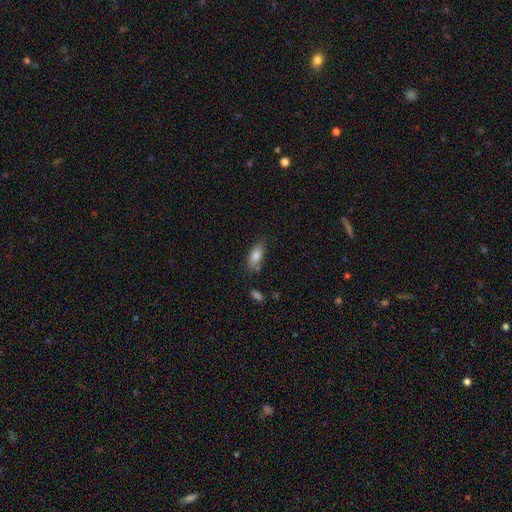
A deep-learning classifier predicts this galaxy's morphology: type=smooth (81%); roundness=in between (84%); merging=none (70%).